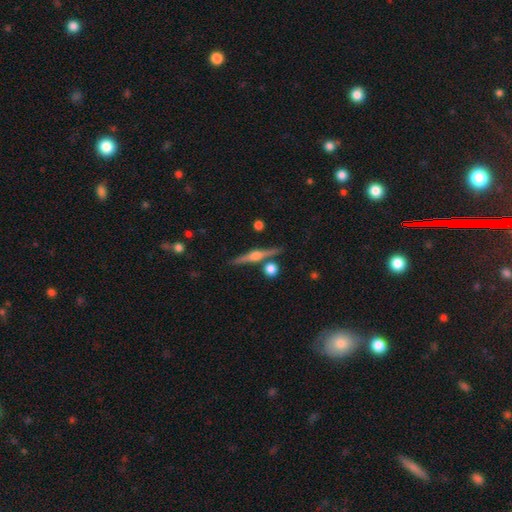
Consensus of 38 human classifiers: This appears to be a featured or disk galaxy (84%) viewed edge-on (100%) with a rounded central bulge (97%). Merging: none (86%).